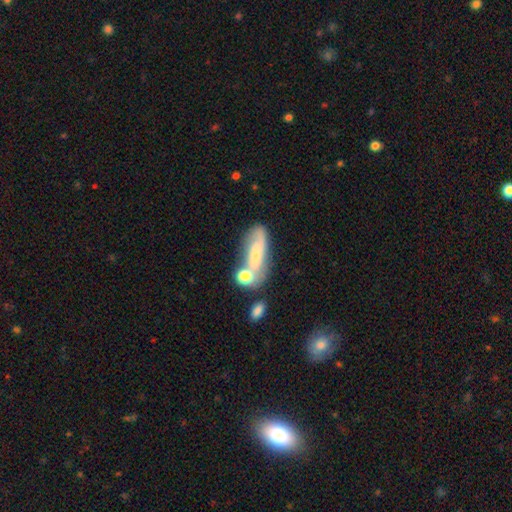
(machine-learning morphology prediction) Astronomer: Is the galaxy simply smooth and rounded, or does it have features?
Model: smooth — 50% (runner-up: featured or disk, 40%).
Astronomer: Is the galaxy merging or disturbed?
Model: none — 39% (runner-up: merger, 27%).